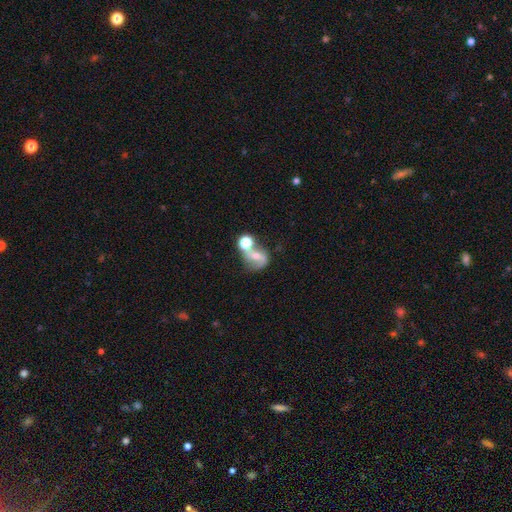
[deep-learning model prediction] smooth-or-featured: featured or disk: 52% | smooth: 34% | star or artifact: 14%
  disk-edge-on: no: 97% | yes: 3%
    bar: no: 45% | weak: 35% | strong: 20%
    has-spiral-arms: yes: 71% | no: 29%
    bulge-size: moderate: 54% | small: 32% | large: 7% | none: 5% | dominant: 2%
  merging: merger: 39% | none: 37% | minor disturbance: 14% | major disturbance: 11%